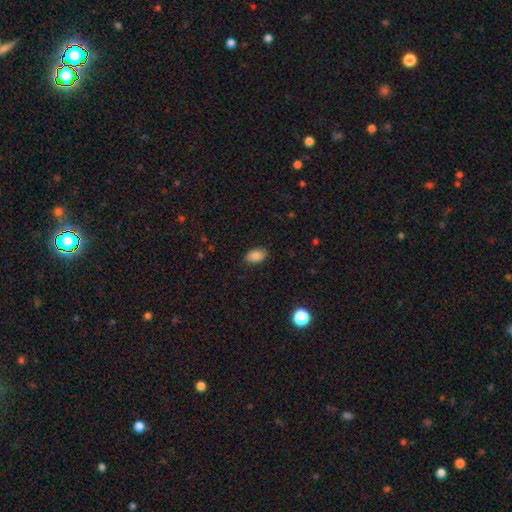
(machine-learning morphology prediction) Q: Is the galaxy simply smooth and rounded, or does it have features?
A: smooth — 84%.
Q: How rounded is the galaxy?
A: in between — 90%.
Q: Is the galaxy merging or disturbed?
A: none — 87%.